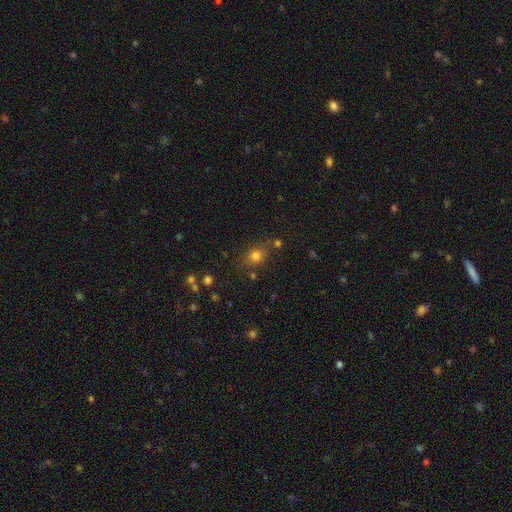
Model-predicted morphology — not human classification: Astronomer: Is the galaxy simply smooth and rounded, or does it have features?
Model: smooth — 75%.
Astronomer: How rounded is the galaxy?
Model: round — 69%.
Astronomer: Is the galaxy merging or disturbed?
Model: none — 73%.